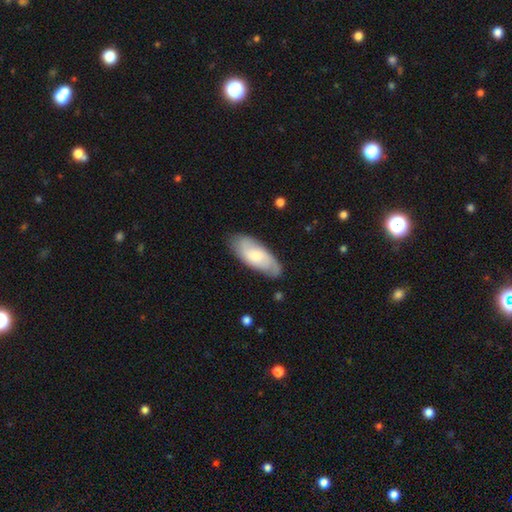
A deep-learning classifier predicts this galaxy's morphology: A smooth galaxy with no disk features (59%) that is in between round and cigar-shaped (81%). Merging: none (78%).